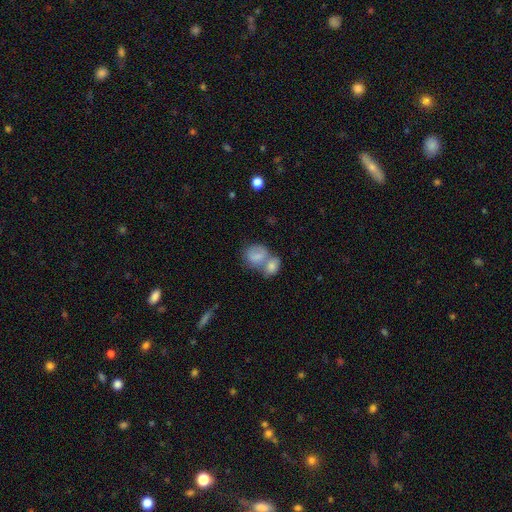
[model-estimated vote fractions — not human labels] smooth 77%, featured or disk 15%, star or artifact 8%. Down the decision tree: how rounded — in between (55%); merging — merger (64%).